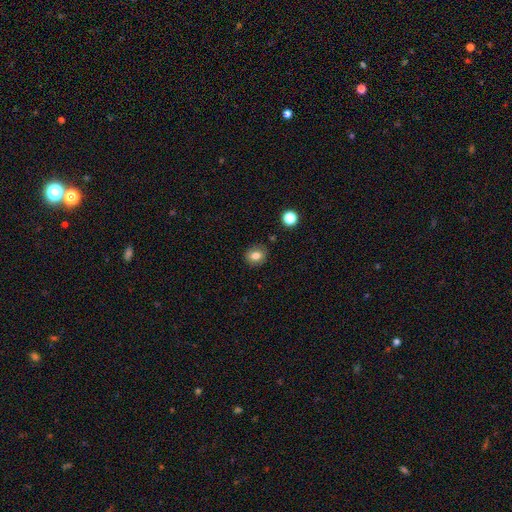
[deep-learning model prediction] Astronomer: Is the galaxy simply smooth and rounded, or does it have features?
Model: smooth — 80%.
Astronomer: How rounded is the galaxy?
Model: round — 67%.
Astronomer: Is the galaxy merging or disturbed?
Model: none — 86%.